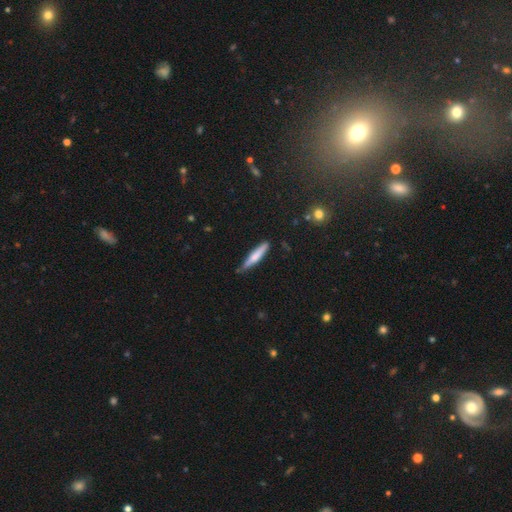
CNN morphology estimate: type=smooth (66%); roundness=cigar-shaped (91%); merging=none (77%).